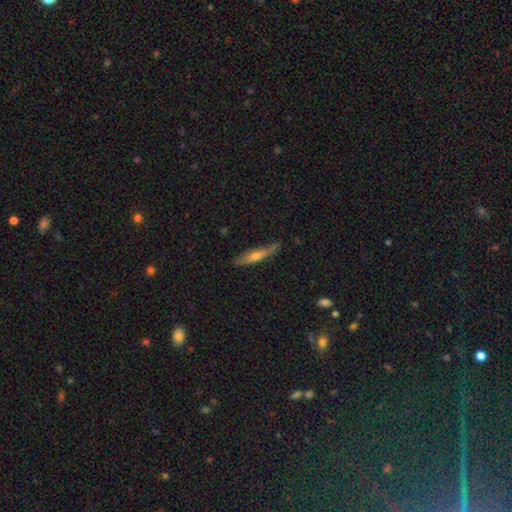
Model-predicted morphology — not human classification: Smooth or featured?
  - featured or disk: 50% *
  - smooth: 43%
  - star or artifact: 6%
Edge-on disk?
  - yes: 91% *
  - no: 9%
Merging?
  - none: 79% *
  - minor disturbance: 17%
  - major disturbance: 3%
  - merger: 2%